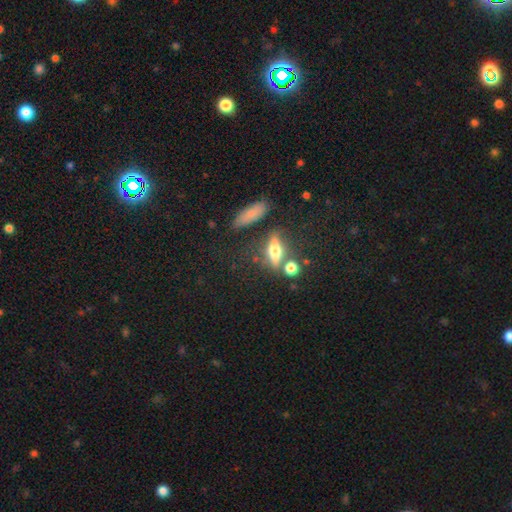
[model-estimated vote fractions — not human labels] This is marginally a smooth galaxy (41%). Merging: possibly none (58%).